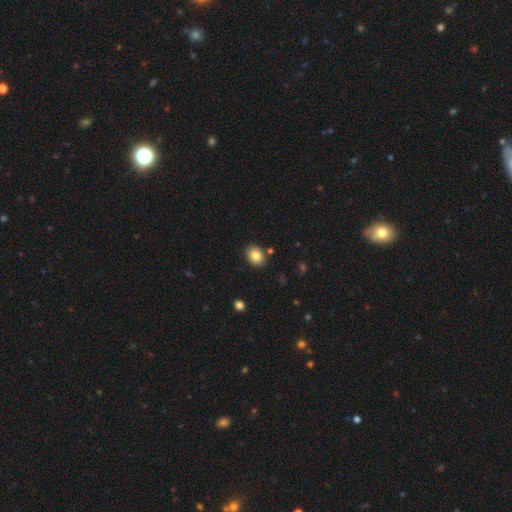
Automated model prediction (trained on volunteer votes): Smooth or featured: smooth — 83% (star or artifact — 9%)
How rounded: in between — 58% (round — 41%)
Merging: none — 86% (minor disturbance — 9%)